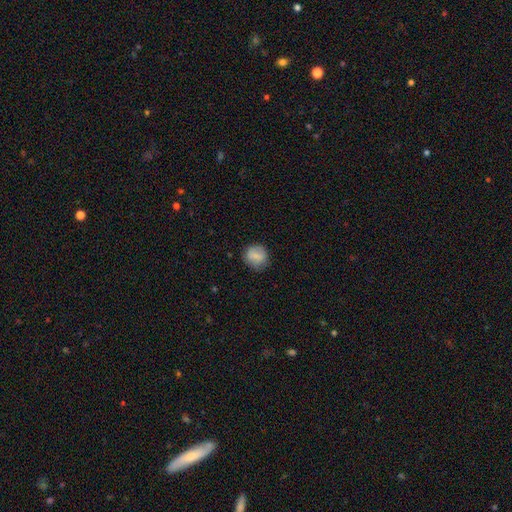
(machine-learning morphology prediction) Q: Smooth or featured?
A: smooth (76%); runner-up: featured or disk (16%)
Q: How rounded?
A: round (84%); runner-up: in between (15%)
Q: Merging?
A: none (77%); runner-up: minor disturbance (17%)